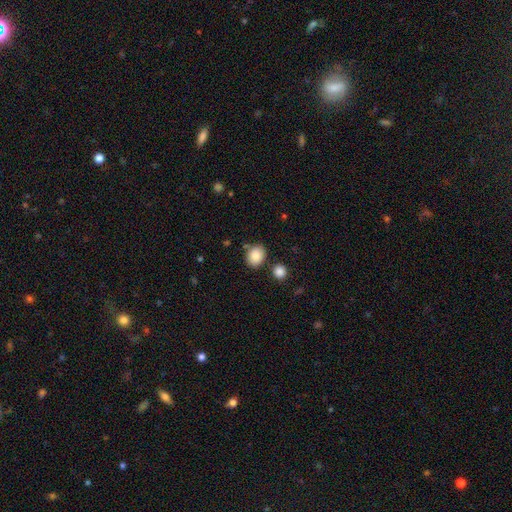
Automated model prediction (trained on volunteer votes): This appears to be a smooth galaxy with no disk features (87%) that is round (53%). Merging: none (76%).